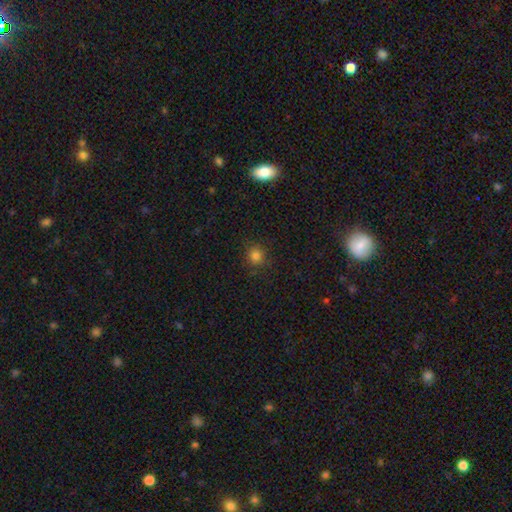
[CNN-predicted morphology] type=smooth (80%); roundness=round (89%); merging=none (87%).